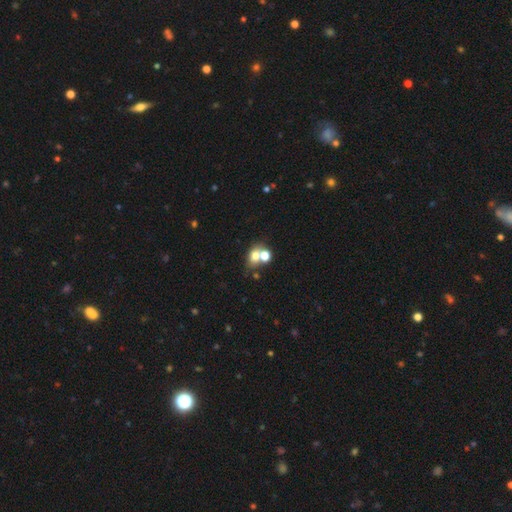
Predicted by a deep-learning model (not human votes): Smooth or featured? smooth (68%)
How rounded? in between (50%)
Merging? merger (49%)